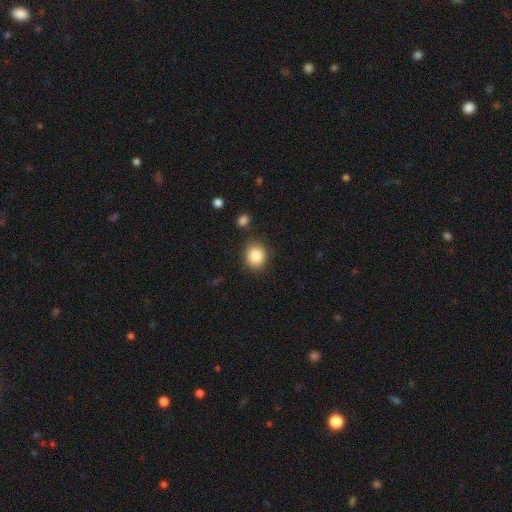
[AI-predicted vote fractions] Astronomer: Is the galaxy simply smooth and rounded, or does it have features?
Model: smooth — 87%.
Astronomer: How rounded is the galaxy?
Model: round — 77%.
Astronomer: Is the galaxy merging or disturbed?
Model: none — 84%.